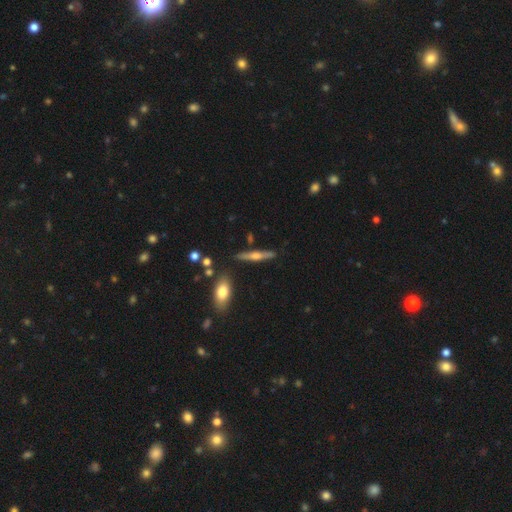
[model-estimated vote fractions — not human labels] smooth-or-featured: featured or disk: 64% | smooth: 29% | star or artifact: 7%
  disk-edge-on: yes: 96% | no: 4%
    edge-on-bulge: rounded: 89% | none: 6% | boxy: 5%
  merging: none: 85% | minor disturbance: 10% | merger: 3% | major disturbance: 2%